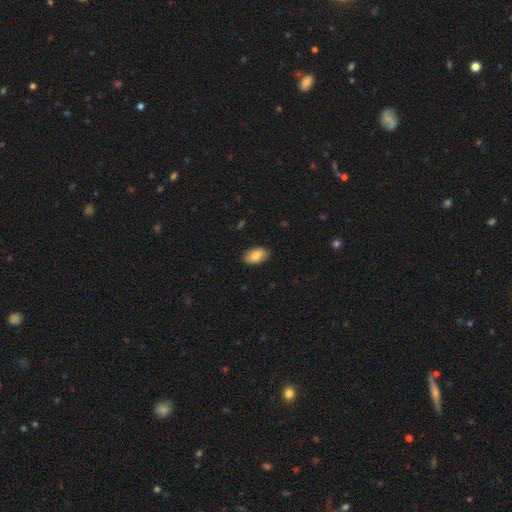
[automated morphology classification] This is clearly a smooth galaxy (82%). How rounded: clearly in between (94%). Merging: clearly none (85%).